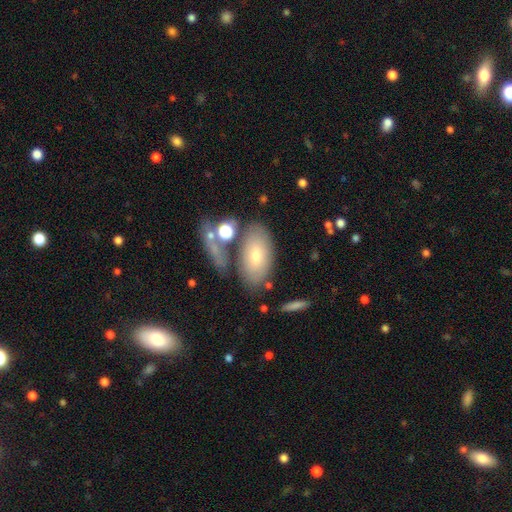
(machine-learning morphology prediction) Smooth or featured? smooth (64%)
How rounded? in between (91%)
Merging? none (66%)